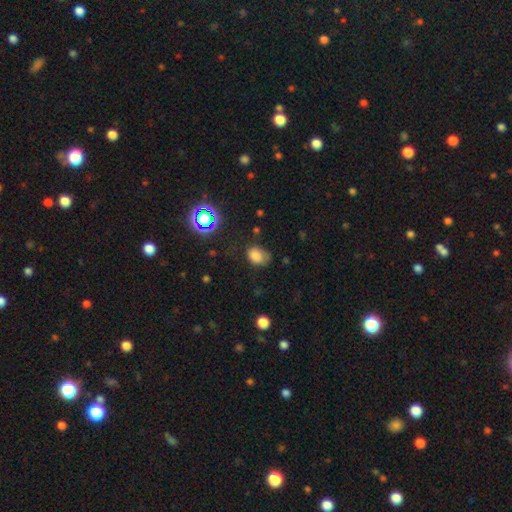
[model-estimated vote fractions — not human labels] This appears to be a smooth galaxy with no disk features (78%) that is in between round and cigar-shaped (69%). Merging: none (52%).